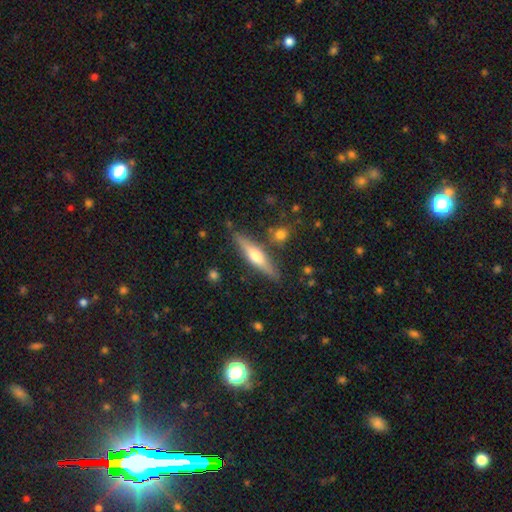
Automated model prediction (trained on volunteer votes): featured or disk 56%, smooth 37%, star or artifact 6%. Down the decision tree: edge-on disk — yes (94%); edge-on bulge — rounded (85%); merging — none (82%).